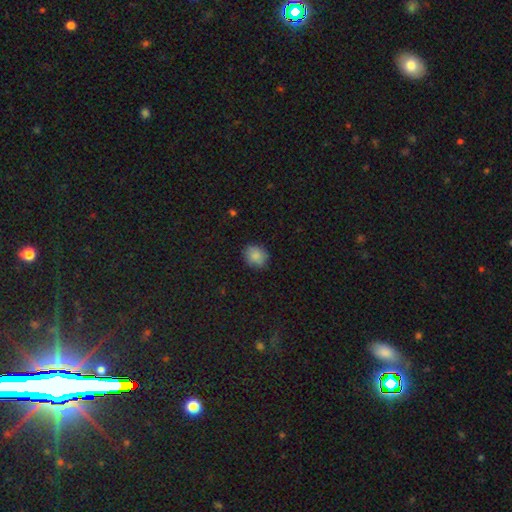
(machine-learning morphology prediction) This appears to be a smooth galaxy with no disk features (86%) that is round (69%). Merging: none (85%).